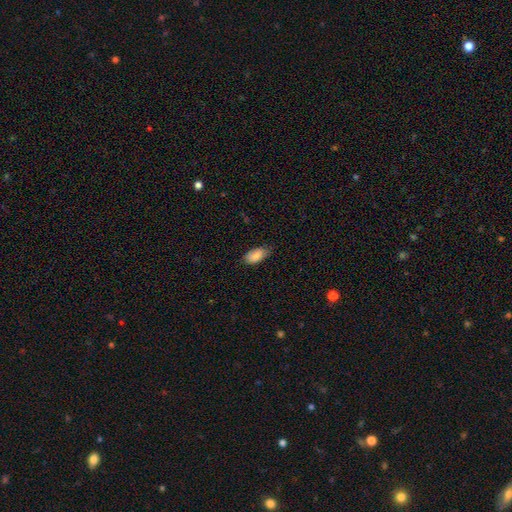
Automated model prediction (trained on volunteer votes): smooth_or_featured: smooth (p=0.86) [alt: featured or disk p=0.08]
how_rounded: in between (p=0.92) [alt: cigar-shaped p=0.05]
merging: none (p=0.74) [alt: minor disturbance p=0.22]